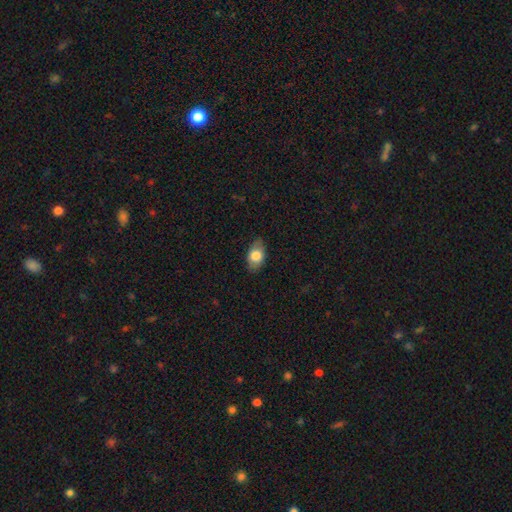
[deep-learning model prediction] Smooth or featured?
  - smooth: 77% *
  - featured or disk: 15%
  - star or artifact: 7%
How rounded?
  - in between: 88% *
  - round: 10%
  - cigar-shaped: 2%
Merging?
  - none: 82% *
  - minor disturbance: 14%
  - major disturbance: 3%
  - merger: 1%